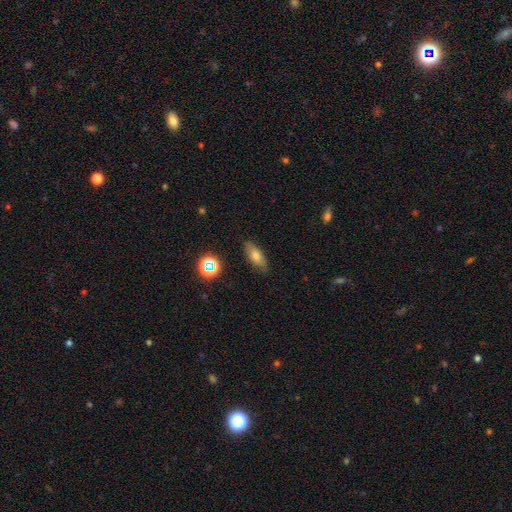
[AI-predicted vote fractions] A smooth galaxy with no disk features (69%) that is in between round and cigar-shaped (68%). Merging: none (85%).